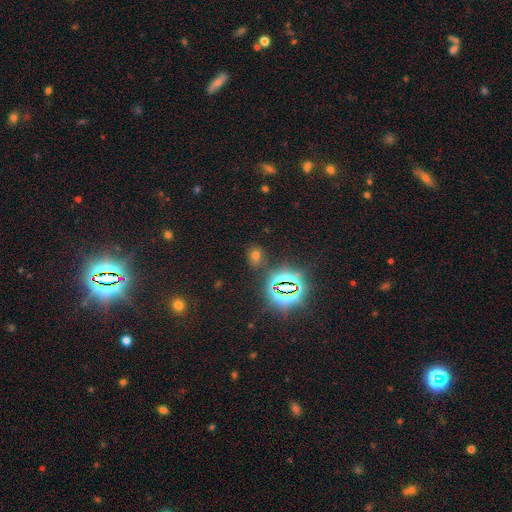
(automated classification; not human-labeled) Q: Smooth or featured?
A: smooth (51%); runner-up: star or artifact (41%)
Q: How rounded?
A: in between (52%); runner-up: round (46%)
Q: Merging?
A: none (80%); runner-up: minor disturbance (11%)